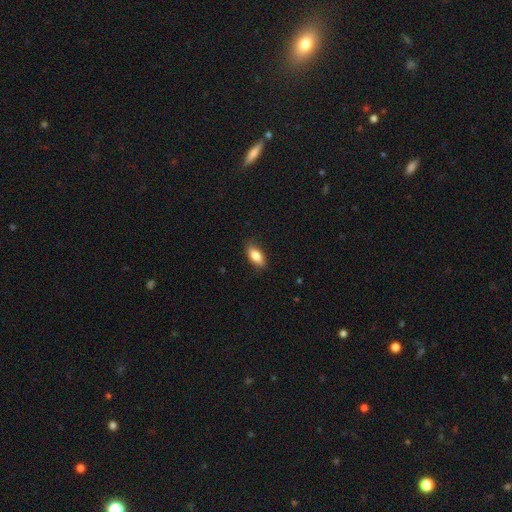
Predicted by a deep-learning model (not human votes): The model was most divided on "smooth or featured": smooth: 82%, featured or disk: 11%, star or artifact: 7%. More confident: merging — none (85%); how rounded — in between (85%).